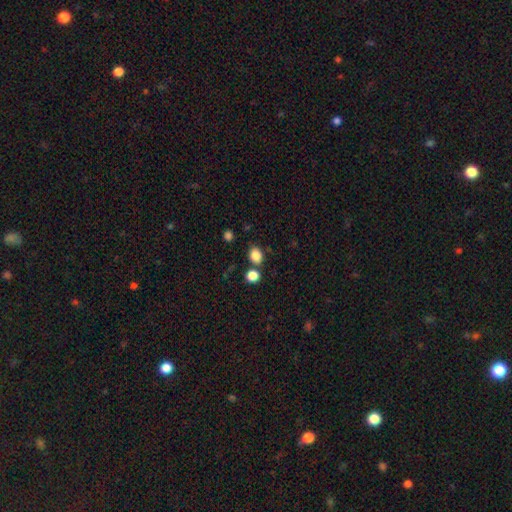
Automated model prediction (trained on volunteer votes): smooth-or-featured: smooth: 84% | star or artifact: 11% | featured or disk: 5%
  how-rounded: in between: 54% | round: 45% | cigar-shaped: 1%
  merging: none: 73% | merger: 13% | minor disturbance: 11% | major disturbance: 3%